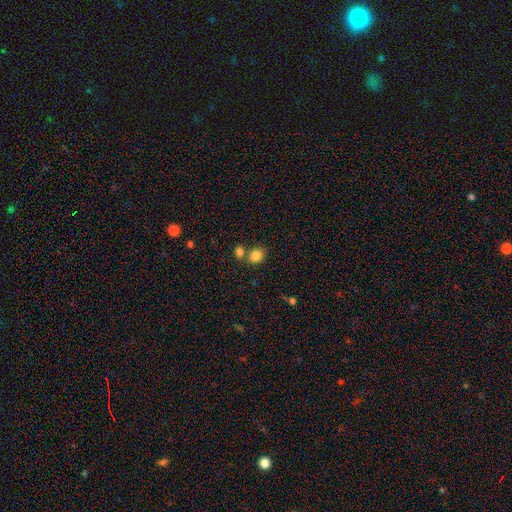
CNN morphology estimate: This appears to be a smooth galaxy with no disk features (85%) that is round (61%). Merging: none (60%).